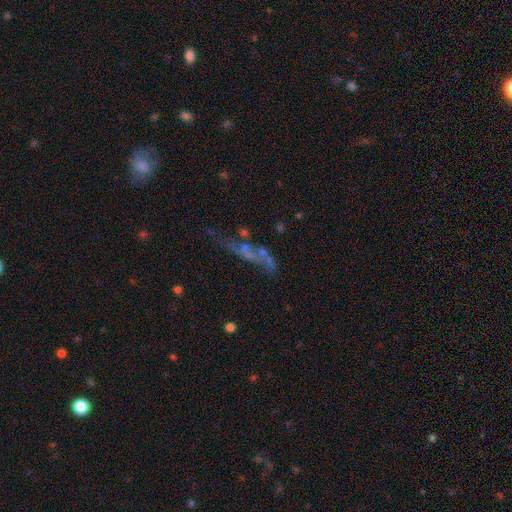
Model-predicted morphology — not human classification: A featured or disk galaxy (39%).

Vote fractions:
- Smooth or featured? featured or disk: 39% / star or artifact: 36% / smooth: 25%
- Merging? none: 58% / merger: 15% / minor disturbance: 14% / major disturbance: 13%